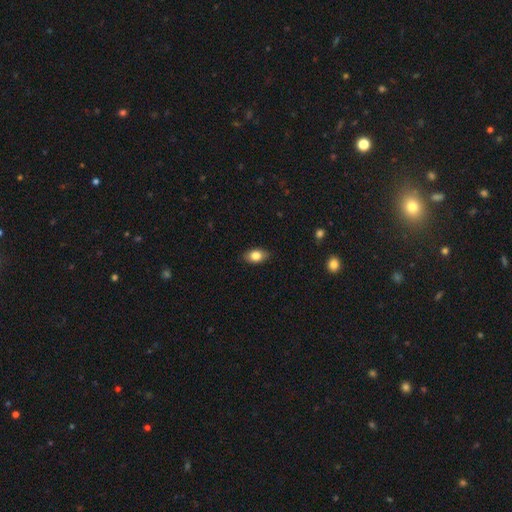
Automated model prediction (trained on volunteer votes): This is clearly a smooth galaxy (81%). How rounded: clearly in between (86%). Merging: clearly none (86%).